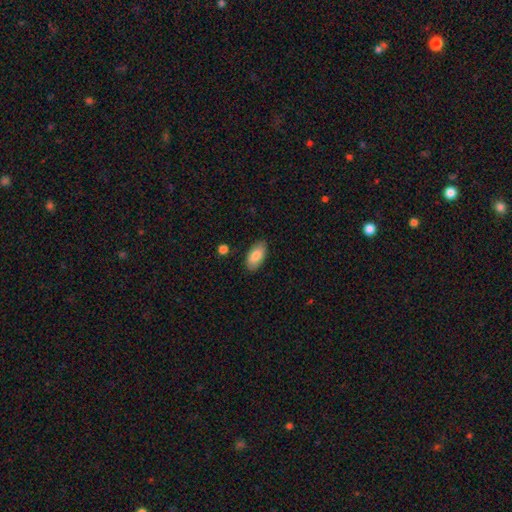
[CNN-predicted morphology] A smooth galaxy with no disk features (84%) that is in between round and cigar-shaped (92%).

Vote fractions:
- Smooth or featured? smooth: 84% / featured or disk: 10% / star or artifact: 6%
- How rounded? in between: 92% / cigar-shaped: 5% / round: 2%
- Merging? none: 86% / minor disturbance: 10% / major disturbance: 2% / merger: 2%